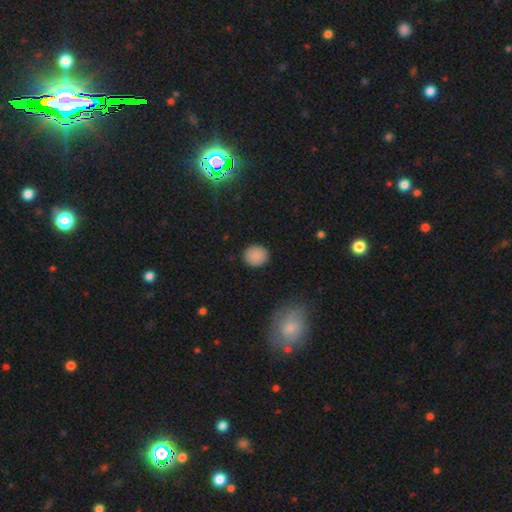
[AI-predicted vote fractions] Smooth or featured? smooth (87%)
How rounded? round (83%)
Merging? none (89%)